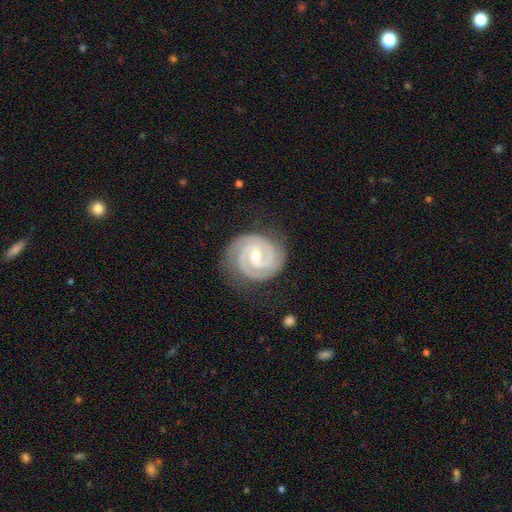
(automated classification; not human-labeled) smooth_or_featured: featured or disk (p=0.92) [alt: smooth p=0.04]
disk_edge_on: no (p=0.98) [alt: yes p=0.02]
bar: weak (p=0.49) [alt: no p=0.34]
has_spiral_arms: yes (p=0.99) [alt: no p=0.01]
spiral_winding: tight (p=0.75) [alt: medium p=0.22]
spiral_arm_count: 2 (p=0.75) [alt: 3 p=0.15]
bulge_size: moderate (p=0.50) [alt: small p=0.46]
merging: none (p=0.81) [alt: minor disturbance p=0.14]